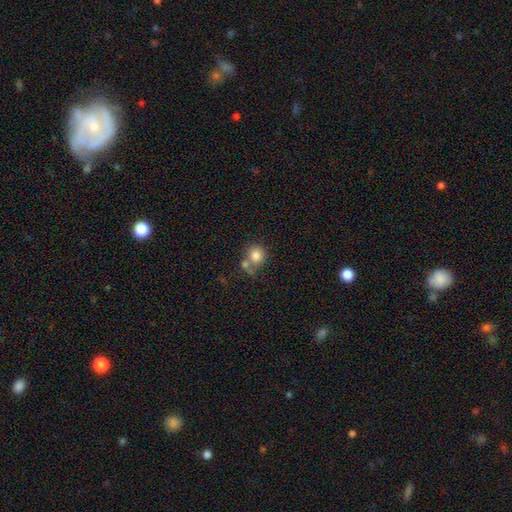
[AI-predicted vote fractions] This is clearly a smooth galaxy (81%). How rounded: clearly round (82%). Merging: marginally none (44%).